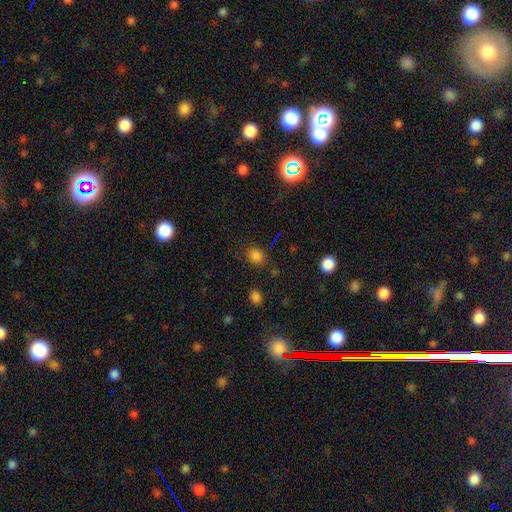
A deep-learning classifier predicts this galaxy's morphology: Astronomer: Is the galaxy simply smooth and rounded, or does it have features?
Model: smooth — 78%.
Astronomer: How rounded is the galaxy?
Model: round — 69%.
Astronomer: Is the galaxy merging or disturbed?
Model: none — 80%.